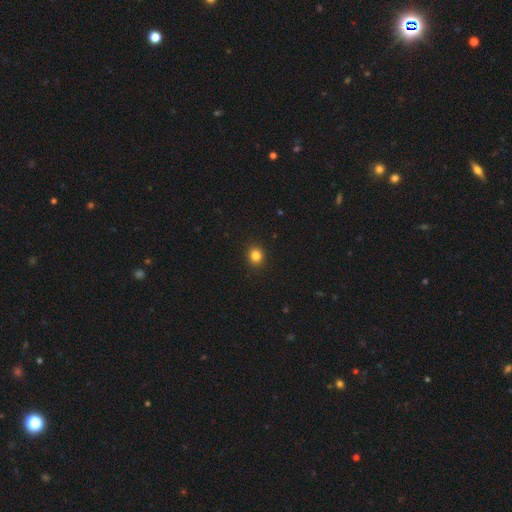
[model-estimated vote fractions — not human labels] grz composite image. It shows a smooth galaxy with no disk features (84%) that is round (84%). Merging: none (92%).